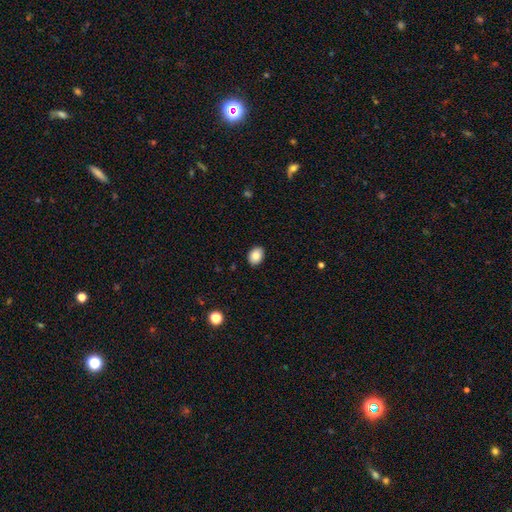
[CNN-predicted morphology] The model was most divided on "how rounded": in between: 73%, round: 26%, cigar-shaped: 1%. More confident: merging — none (89%); smooth or featured — smooth (87%).